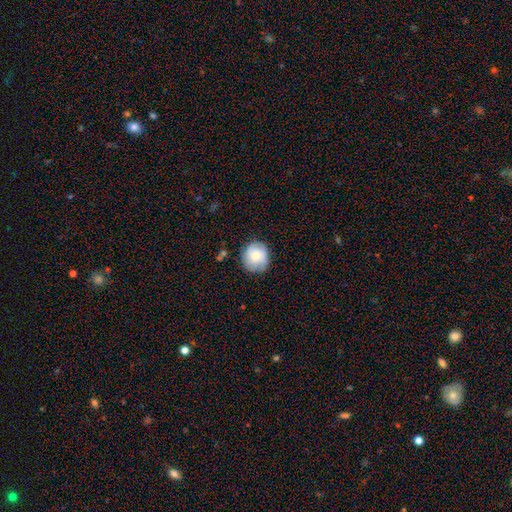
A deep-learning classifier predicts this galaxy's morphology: Smooth or featured? Predicted: smooth (p=0.61). How rounded? Predicted: round (p=0.88). Merging? Predicted: none (p=0.78).